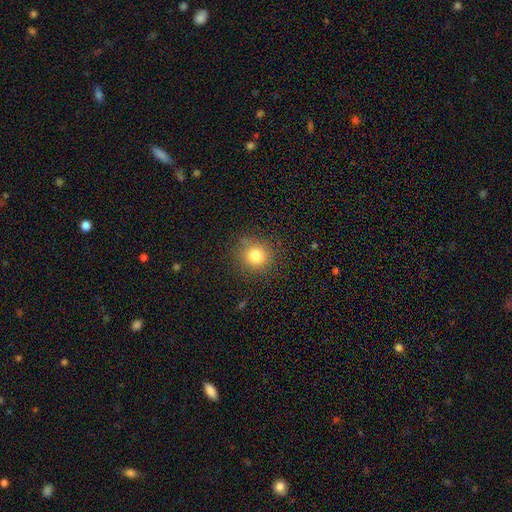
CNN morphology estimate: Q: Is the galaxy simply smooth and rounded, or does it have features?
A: smooth — 80%.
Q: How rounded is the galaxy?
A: round — 88%.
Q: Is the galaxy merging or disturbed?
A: none — 83%.